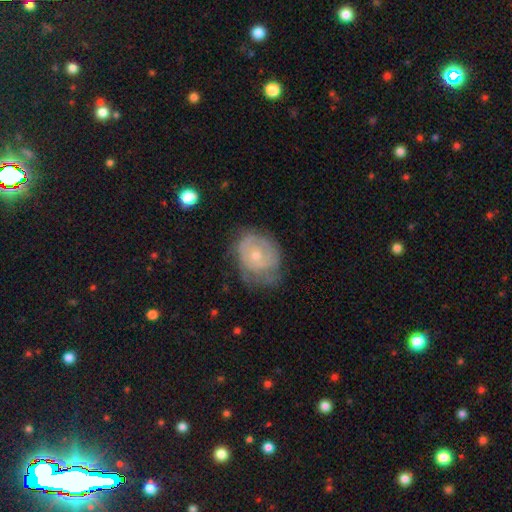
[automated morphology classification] smooth-or-featured: featured or disk: 63% | smooth: 30% | star or artifact: 7%
  disk-edge-on: no: 97% | yes: 3%
    bar: no: 81% | weak: 17% | strong: 2%
    has-spiral-arms: yes: 70% | no: 30%
    bulge-size: small: 61% | moderate: 35% | none: 2% | large: 1% | dominant: 1%
  merging: none: 50% | minor disturbance: 31% | major disturbance: 17% | merger: 2%